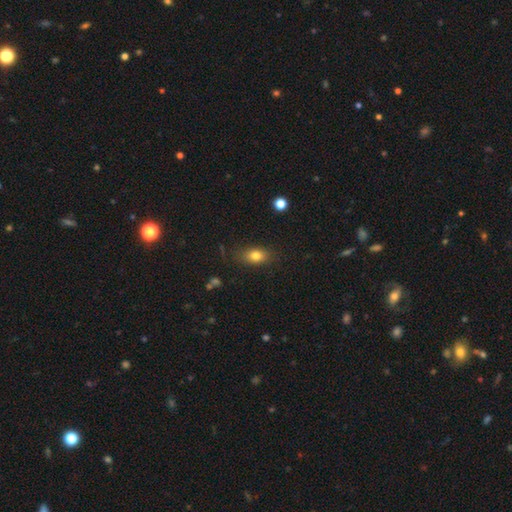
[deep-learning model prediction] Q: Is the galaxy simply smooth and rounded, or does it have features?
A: smooth — 80%.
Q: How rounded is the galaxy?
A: in between — 80%.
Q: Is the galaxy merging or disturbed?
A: none — 80%.